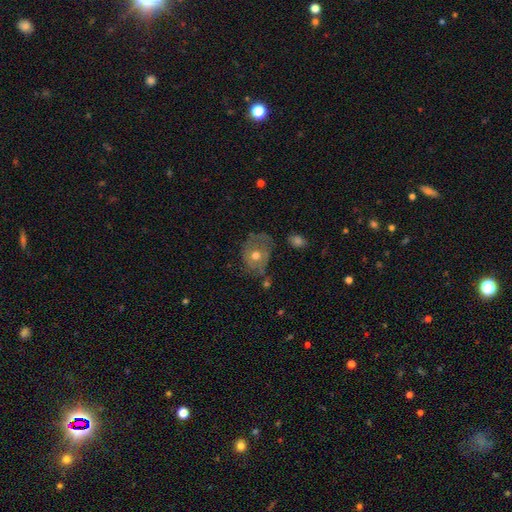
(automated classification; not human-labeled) Smooth or featured? smooth (50%)
Merging? none (43%)